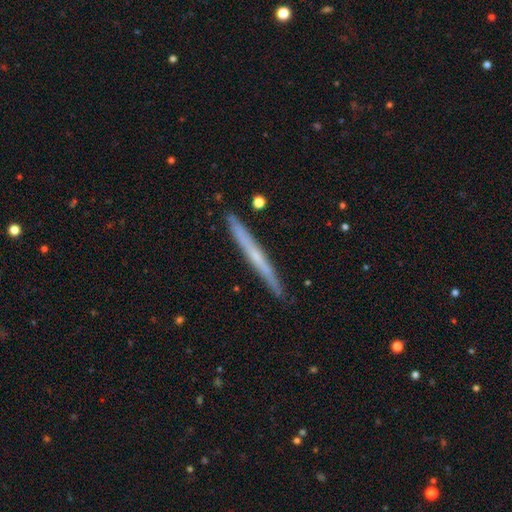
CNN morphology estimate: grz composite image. It shows a featured or disk galaxy (56%) viewed edge-on (97%) with no central bulge (65%). Merging: none (90%).